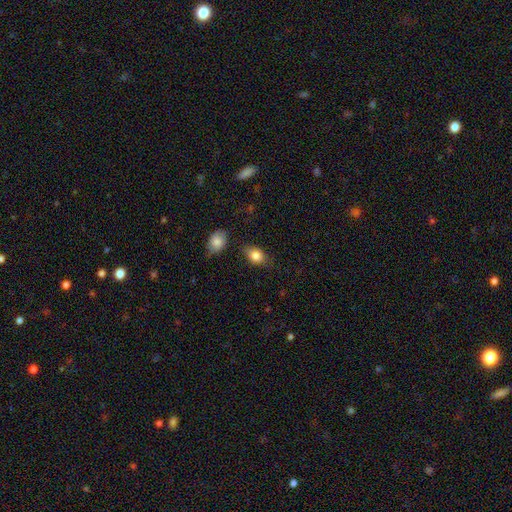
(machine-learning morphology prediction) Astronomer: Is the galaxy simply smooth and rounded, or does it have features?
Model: smooth — 83%.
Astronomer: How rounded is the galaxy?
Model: in between — 79%.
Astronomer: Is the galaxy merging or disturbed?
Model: none — 74%.